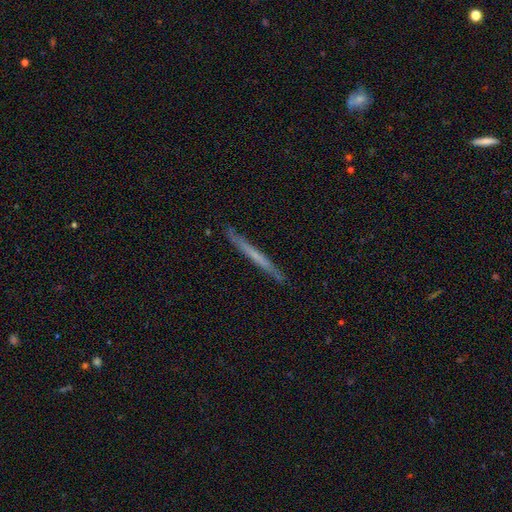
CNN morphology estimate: Smooth or featured? smooth (47%, tied with featured or disk)
Merging? none (89%)